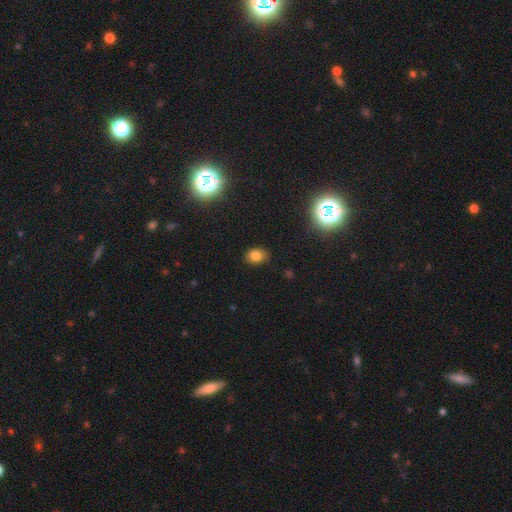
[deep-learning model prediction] Smooth or featured?
  - smooth: 78% *
  - star or artifact: 15%
  - featured or disk: 7%
How rounded?
  - in between: 57% *
  - round: 42%
  - cigar-shaped: 1%
Merging?
  - none: 80% *
  - minor disturbance: 15%
  - major disturbance: 3%
  - merger: 1%